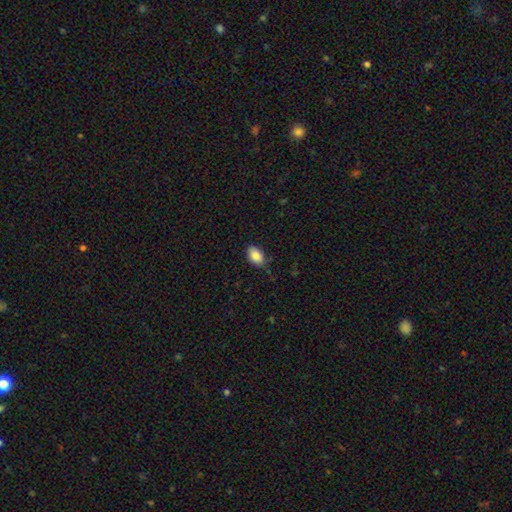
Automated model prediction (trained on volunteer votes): A smooth galaxy with no disk features (88%) that is in between round and cigar-shaped (90%). Merging: none (80%).